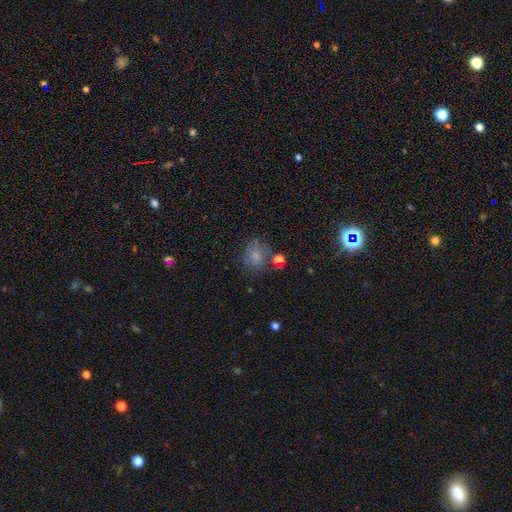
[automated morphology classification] smooth_or_featured: smooth (p=0.73) [alt: star or artifact p=0.15]
how_rounded: round (p=0.67) [alt: in between p=0.32]
merging: none (p=0.62) [alt: minor disturbance p=0.20]